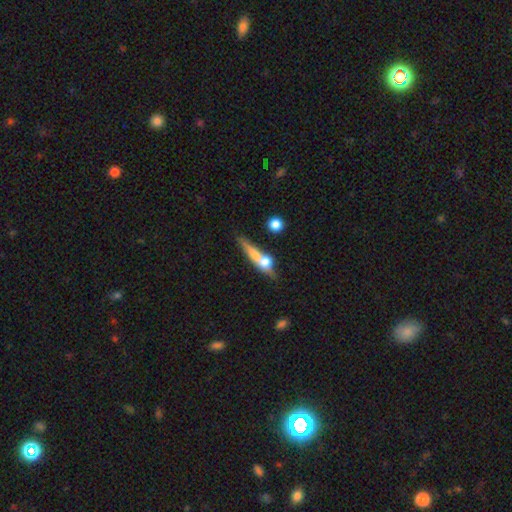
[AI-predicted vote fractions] This appears to be a smooth galaxy with no disk features (50%) that is cigar-shaped (67%). Merging: none (43%).